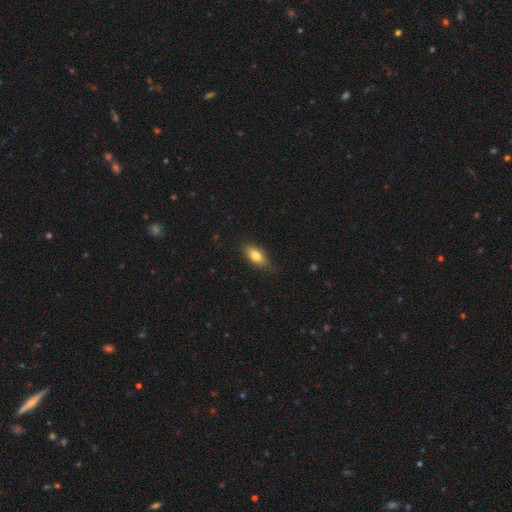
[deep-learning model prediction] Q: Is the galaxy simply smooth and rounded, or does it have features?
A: smooth — 78%.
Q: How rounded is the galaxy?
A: in between — 84%.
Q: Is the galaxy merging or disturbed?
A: none — 80%.